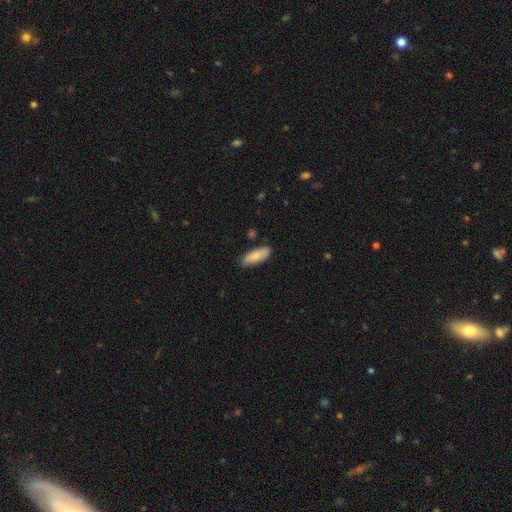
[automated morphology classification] Smooth or featured?
  - smooth: 82% *
  - featured or disk: 12%
  - star or artifact: 6%
How rounded?
  - in between: 66% *
  - cigar-shaped: 32%
  - round: 2%
Merging?
  - none: 82% *
  - minor disturbance: 14%
  - major disturbance: 2%
  - merger: 2%